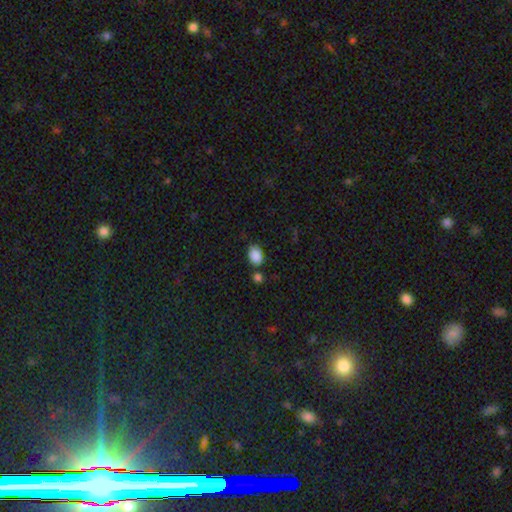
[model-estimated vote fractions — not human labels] smooth_or_featured: smooth (p=0.87) [alt: star or artifact p=0.09]
how_rounded: in between (p=0.74) [alt: round p=0.24]
merging: none (p=0.69) [alt: minor disturbance p=0.17]